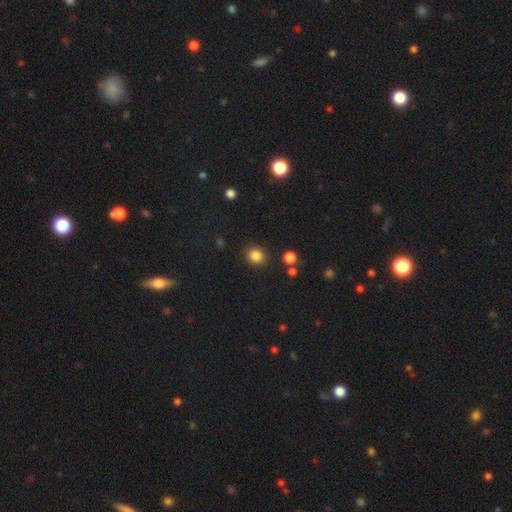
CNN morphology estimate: smooth 85%, star or artifact 11%, featured or disk 4%. Down the decision tree: how rounded — round (75%); merging — none (86%).